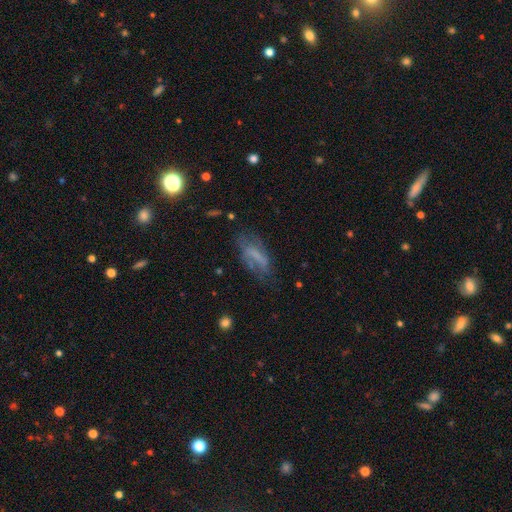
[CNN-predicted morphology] A smooth galaxy with no disk features (48%). Merging: none (49%).